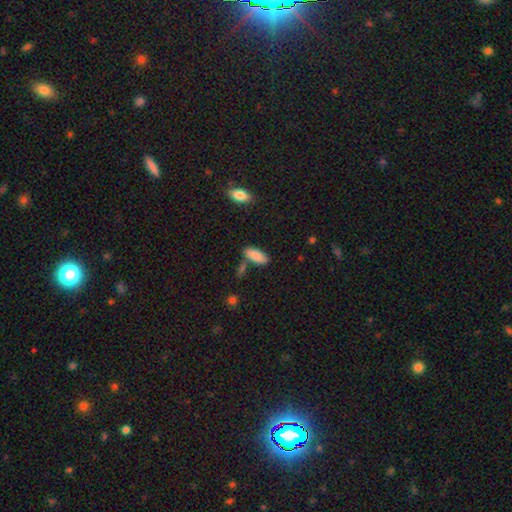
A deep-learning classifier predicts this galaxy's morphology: Smooth or featured: smooth — 86% (featured or disk — 8%)
How rounded: in between — 83% (cigar-shaped — 15%)
Merging: none — 72% (minor disturbance — 14%)